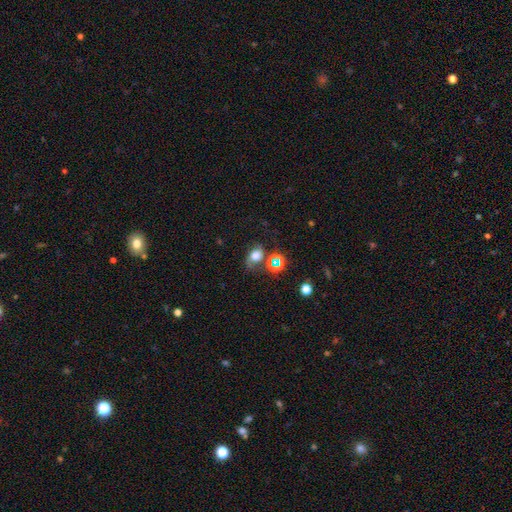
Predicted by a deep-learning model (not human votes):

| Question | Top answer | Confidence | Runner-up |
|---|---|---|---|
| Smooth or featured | smooth | 50% | featured or disk (31%) |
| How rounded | in between | 53% | round (45%) |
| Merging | none | 42% | minor disturbance (23%) |